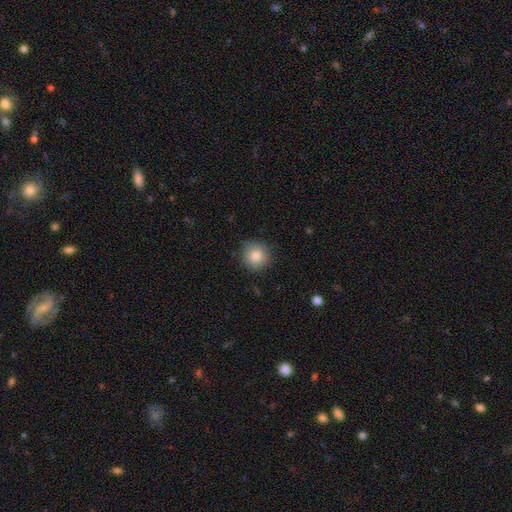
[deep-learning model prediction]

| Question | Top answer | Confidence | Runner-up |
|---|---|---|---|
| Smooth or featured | smooth | 84% | star or artifact (9%) |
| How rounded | round | 92% | in between (7%) |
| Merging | none | 81% | minor disturbance (15%) |